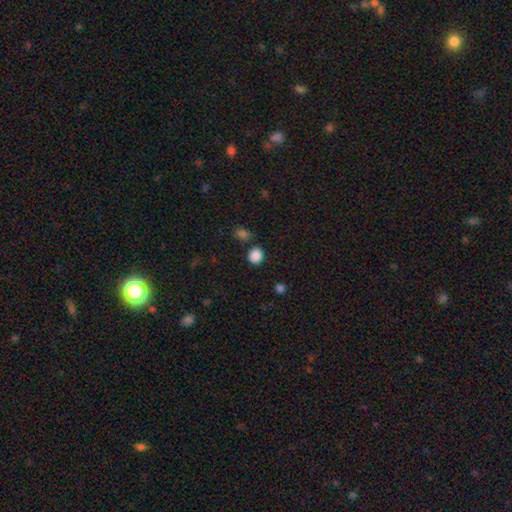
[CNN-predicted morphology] Smooth or featured?
  - smooth: 86% *
  - star or artifact: 11%
  - featured or disk: 3%
How rounded?
  - round: 83% *
  - in between: 16%
  - cigar-shaped: 1%
Merging?
  - none: 80% *
  - minor disturbance: 10%
  - merger: 7%
  - major disturbance: 3%